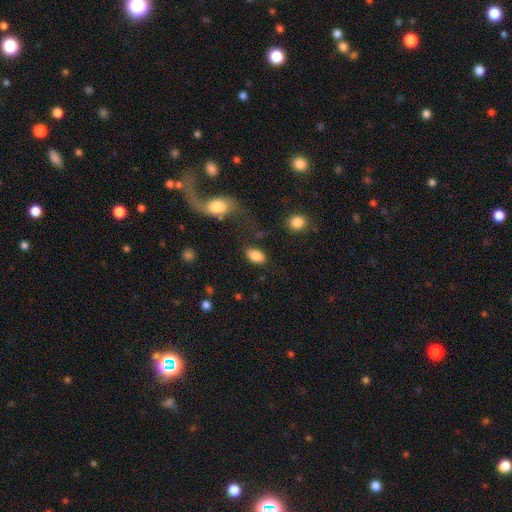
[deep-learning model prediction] Smooth or featured? smooth (86%)
How rounded? in between (91%)
Merging? none (78%)